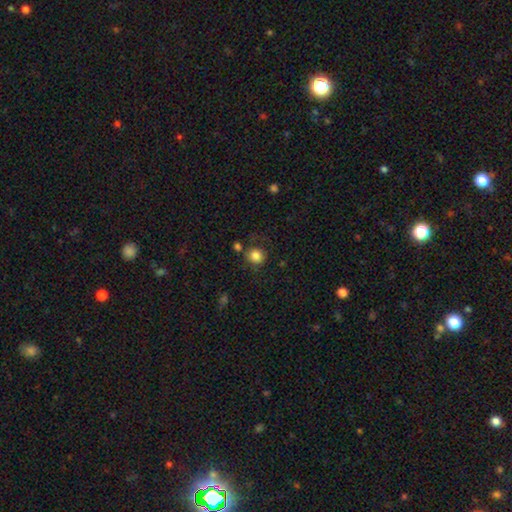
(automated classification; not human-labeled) This is clearly a smooth galaxy (84%). How rounded: clearly round (86%). Merging: likely none (77%).